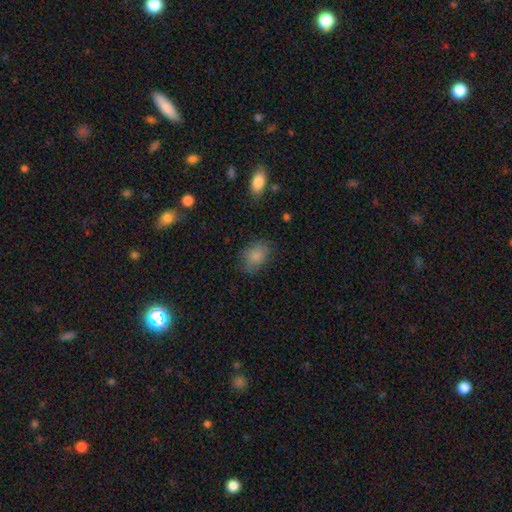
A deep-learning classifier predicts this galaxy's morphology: This is clearly a smooth galaxy (84%). How rounded: likely in between (74%). Merging: likely none (74%).